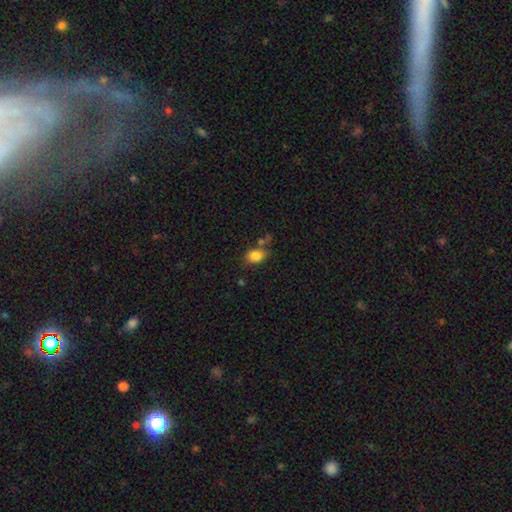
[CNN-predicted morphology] Smooth or featured? Predicted: smooth (p=0.85). How rounded? Predicted: in between (p=0.68). Merging? Predicted: none (p=0.64).